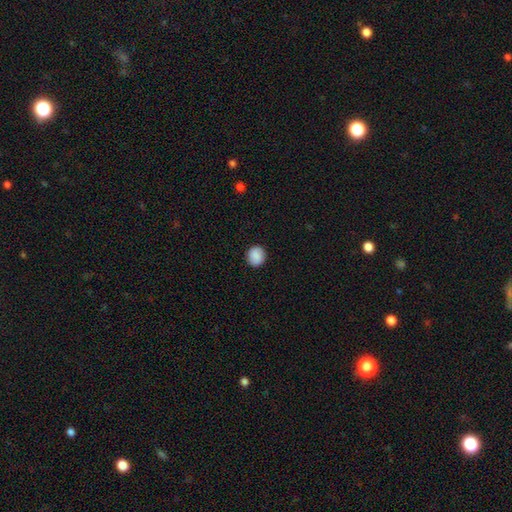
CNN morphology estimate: This appears to be a smooth galaxy with no disk features (88%) that is round (85%). Merging: none (90%).